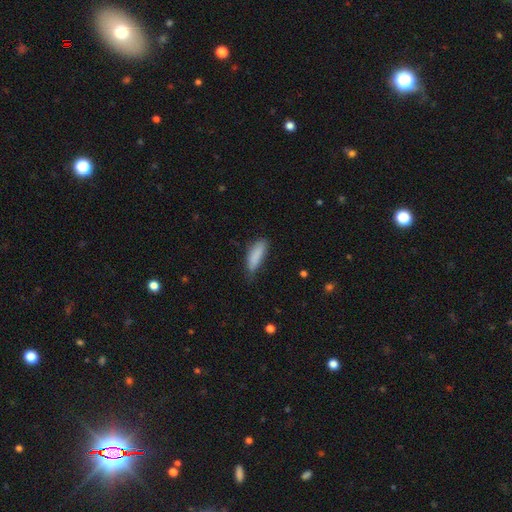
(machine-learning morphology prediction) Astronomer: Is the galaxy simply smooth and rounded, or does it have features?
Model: smooth — 86%.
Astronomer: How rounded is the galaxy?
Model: in between — 54% (runner-up: cigar-shaped, 44%).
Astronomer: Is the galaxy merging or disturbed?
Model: none — 60%.